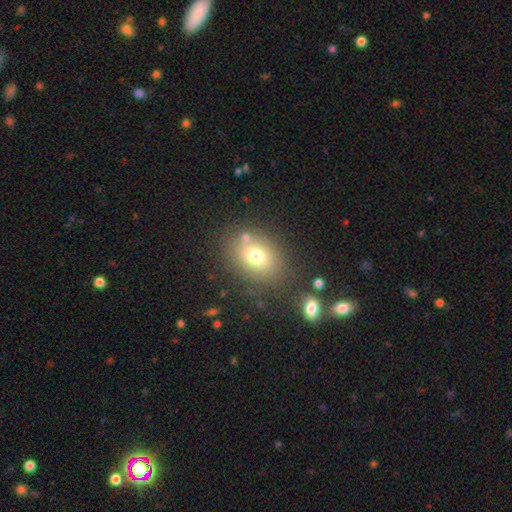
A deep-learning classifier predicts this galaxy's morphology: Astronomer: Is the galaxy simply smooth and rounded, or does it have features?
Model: smooth — 73%.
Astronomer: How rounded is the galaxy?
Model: in between — 64%.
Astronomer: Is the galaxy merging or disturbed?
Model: none — 75%.